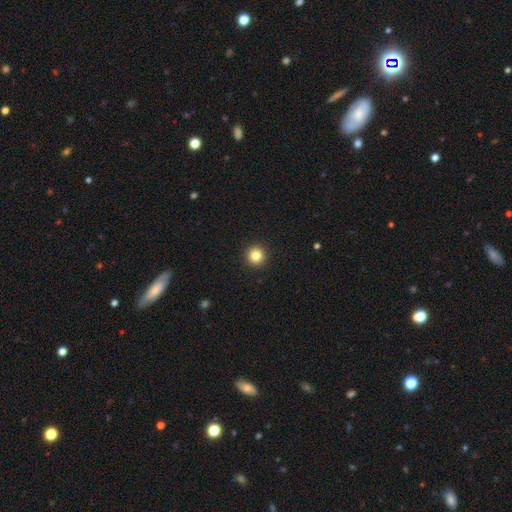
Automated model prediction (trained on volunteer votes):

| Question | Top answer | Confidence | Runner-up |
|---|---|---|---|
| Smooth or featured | smooth | 83% | star or artifact (12%) |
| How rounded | round | 96% | in between (3%) |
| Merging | none | 94% | minor disturbance (4%) |